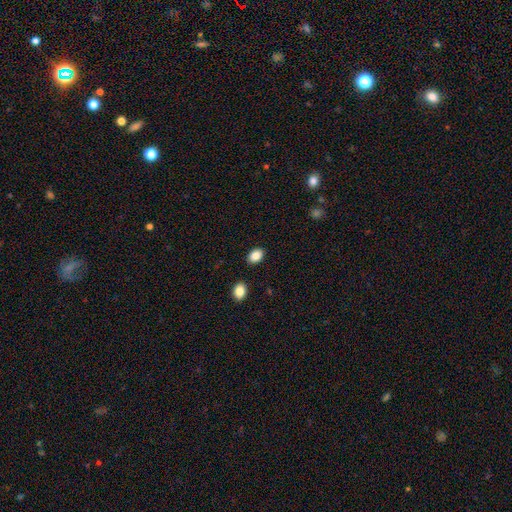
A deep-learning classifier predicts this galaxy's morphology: Smooth or featured: smooth — 86% (star or artifact — 8%)
How rounded: in between — 80% (round — 19%)
Merging: none — 87% (minor disturbance — 8%)